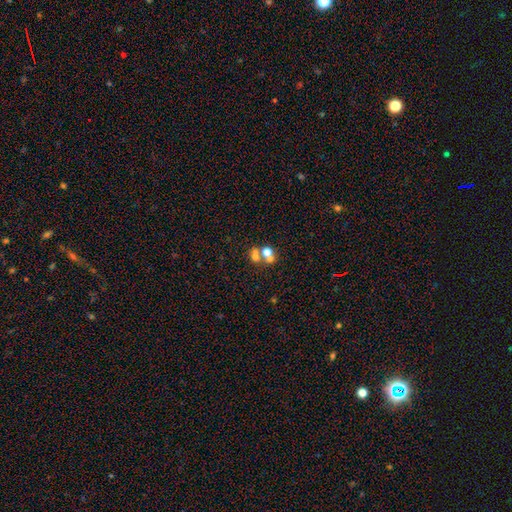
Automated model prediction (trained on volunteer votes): The model was most divided on "merging": merger: 56%, none: 32%, minor disturbance: 7%, major disturbance: 5%. More confident: how rounded — round (62%); smooth or featured — smooth (57%).